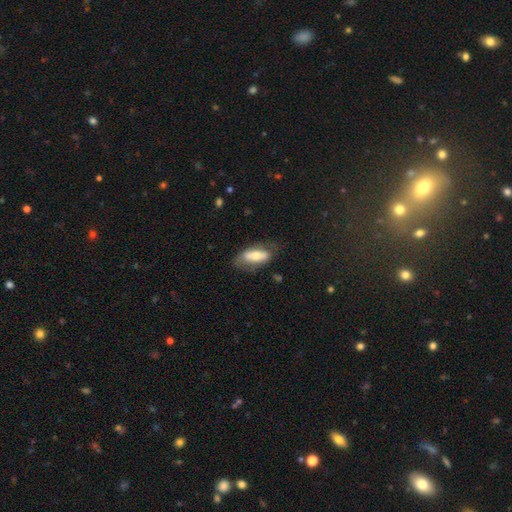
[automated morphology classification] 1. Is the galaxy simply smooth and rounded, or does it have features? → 57% smooth, 37% featured or disk, 6% star or artifact.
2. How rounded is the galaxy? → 77% in between, 20% cigar-shaped, 3% round.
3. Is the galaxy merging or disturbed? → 62% none, 24% minor disturbance, 12% major disturbance, 2% merger.